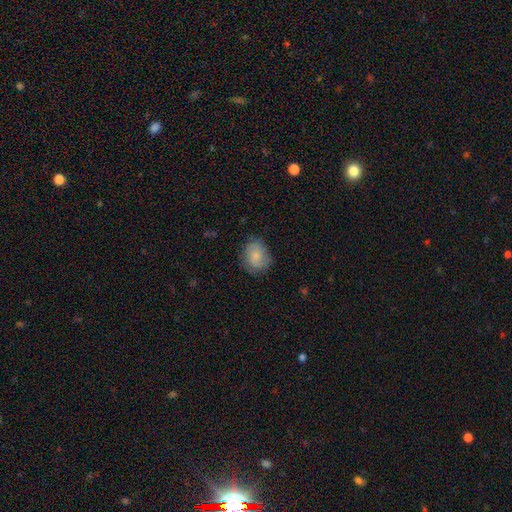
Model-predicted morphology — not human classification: type=smooth (72%); roundness=in between (53%); merging=none (73%).